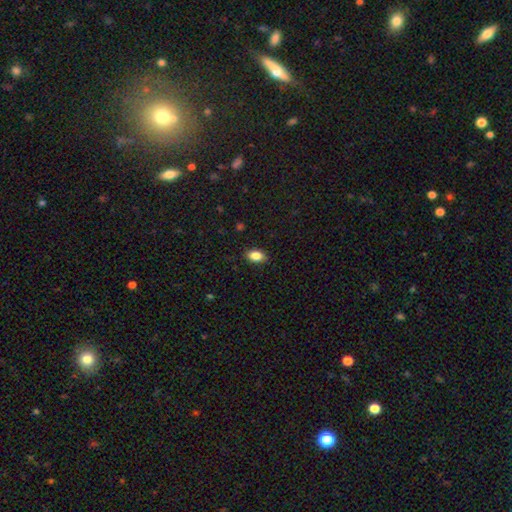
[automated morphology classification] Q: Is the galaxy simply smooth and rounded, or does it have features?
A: smooth — 86%.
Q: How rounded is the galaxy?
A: in between — 86%.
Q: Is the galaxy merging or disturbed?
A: none — 87%.